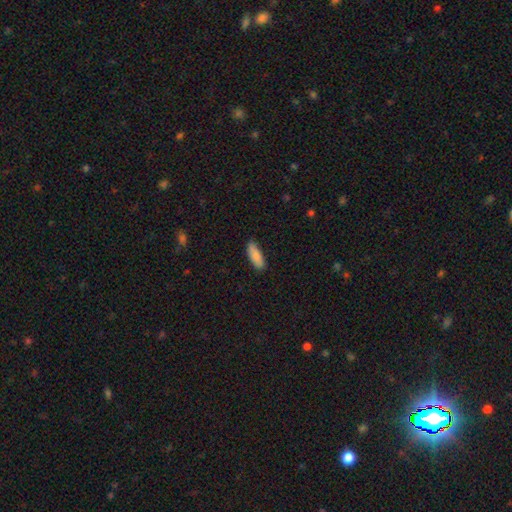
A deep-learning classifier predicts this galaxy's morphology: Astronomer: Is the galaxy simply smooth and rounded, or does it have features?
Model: smooth — 88%.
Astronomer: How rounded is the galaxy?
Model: in between — 64%.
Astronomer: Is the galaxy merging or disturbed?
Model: none — 85%.